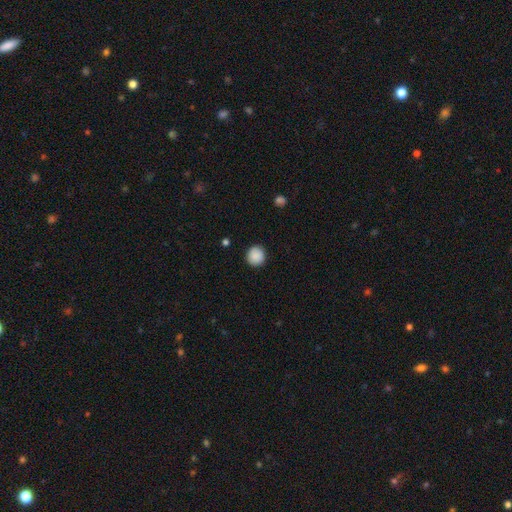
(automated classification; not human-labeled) This appears to be a smooth galaxy with no disk features (89%) that is round (93%). Merging: none (90%).